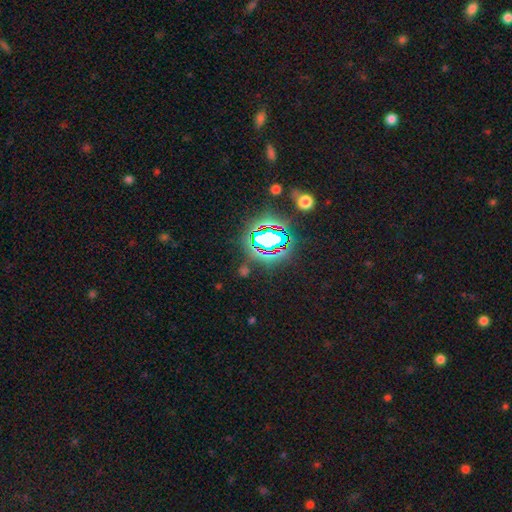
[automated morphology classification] Smooth or featured: star or artifact — 81% (smooth — 12%)